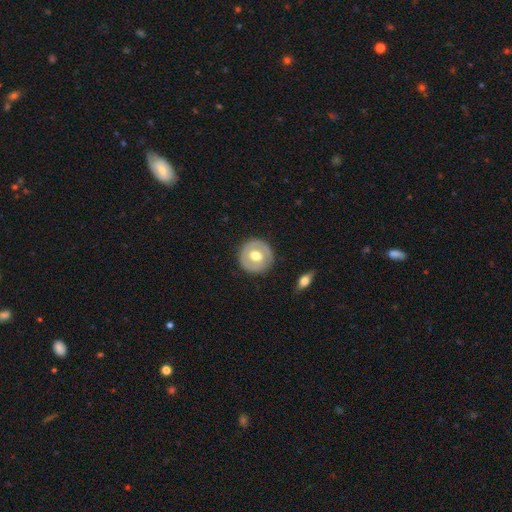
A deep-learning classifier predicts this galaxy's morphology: Overall: featured or disk (48%; smooth 47%). Merging: none (86%).